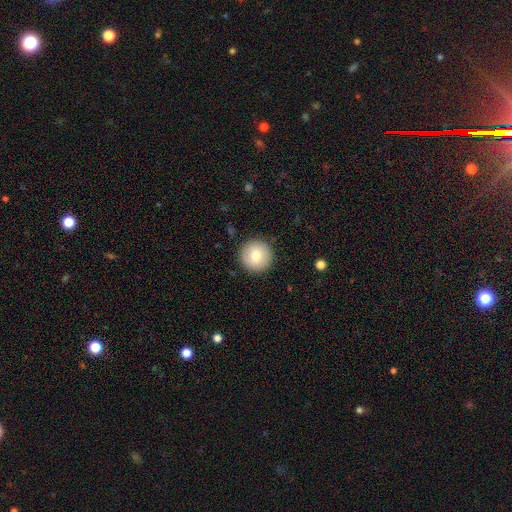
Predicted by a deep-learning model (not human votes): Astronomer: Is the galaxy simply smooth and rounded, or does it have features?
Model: smooth — 76%.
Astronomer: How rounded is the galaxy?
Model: round — 96%.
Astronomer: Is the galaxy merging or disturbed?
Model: none — 92%.